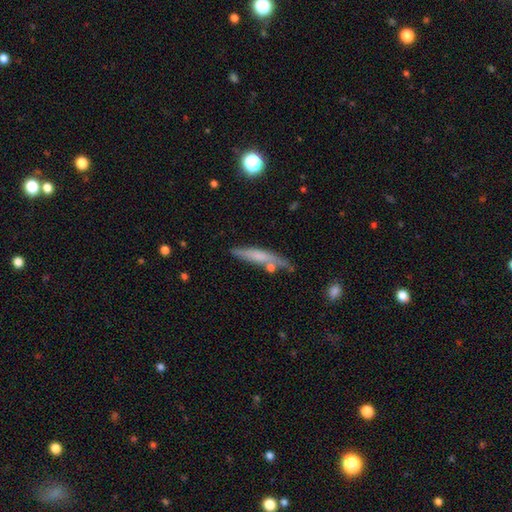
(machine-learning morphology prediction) A smooth galaxy with no disk features (55%) that is cigar-shaped (89%).

Vote fractions:
- Smooth or featured? smooth: 55% / featured or disk: 37% / star or artifact: 8%
- How rounded? cigar-shaped: 89% / in between: 9% / round: 2%
- Merging? none: 69% / minor disturbance: 18% / merger: 8% / major disturbance: 5%